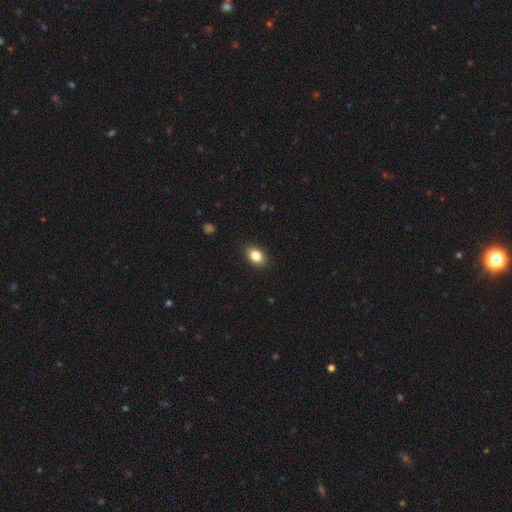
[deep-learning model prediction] This is clearly a smooth galaxy (85%). How rounded: clearly in between (83%). Merging: clearly none (88%).